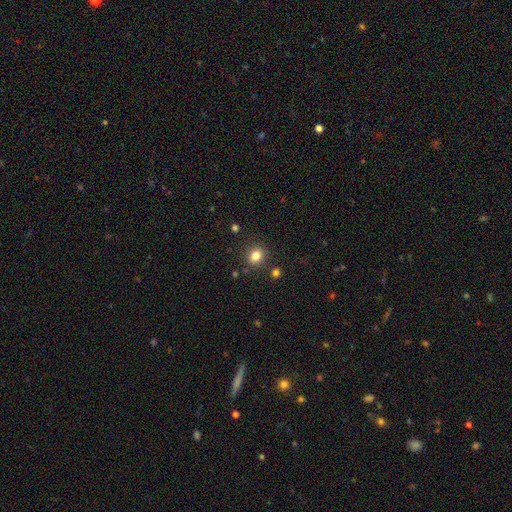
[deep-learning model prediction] This is clearly a smooth galaxy (82%). How rounded: likely round (69%). Merging: clearly none (85%).